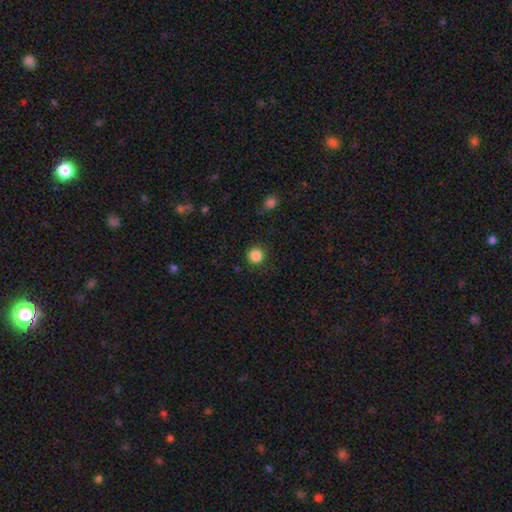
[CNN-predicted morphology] A smooth galaxy with no disk features (86%) that is round (94%). Merging: none (88%).